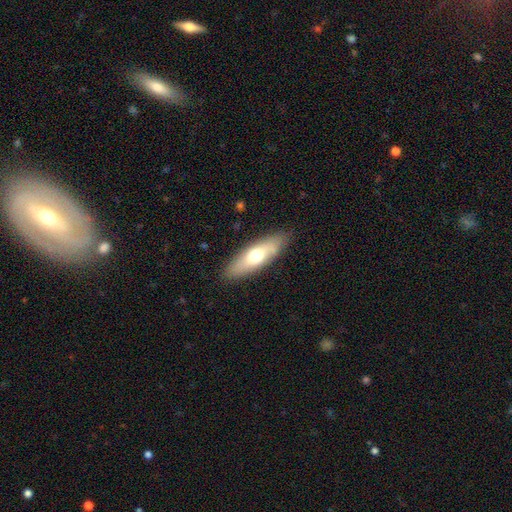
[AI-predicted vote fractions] A smooth galaxy with no disk features (61%) that is in between round and cigar-shaped (54%). Merging: none (84%).